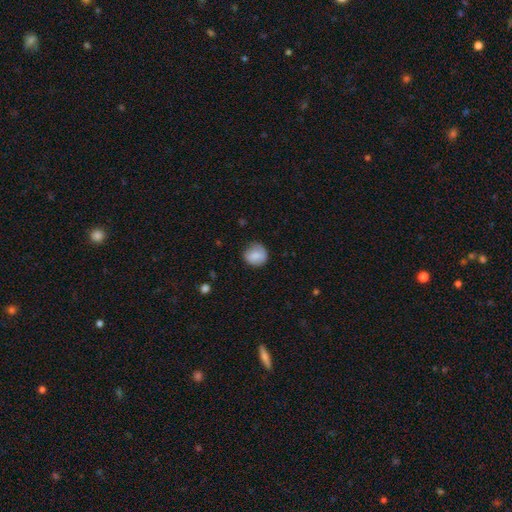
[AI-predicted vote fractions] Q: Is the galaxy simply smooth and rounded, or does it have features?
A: smooth — 78%.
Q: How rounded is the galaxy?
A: round — 85%.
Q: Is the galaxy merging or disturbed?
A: none — 76%.